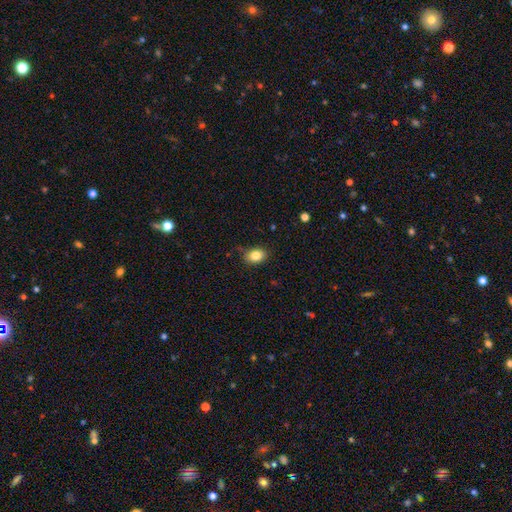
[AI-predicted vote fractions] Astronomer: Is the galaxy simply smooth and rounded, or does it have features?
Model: smooth — 84%.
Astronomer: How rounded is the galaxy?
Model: in between — 77%.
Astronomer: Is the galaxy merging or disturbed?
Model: none — 84%.